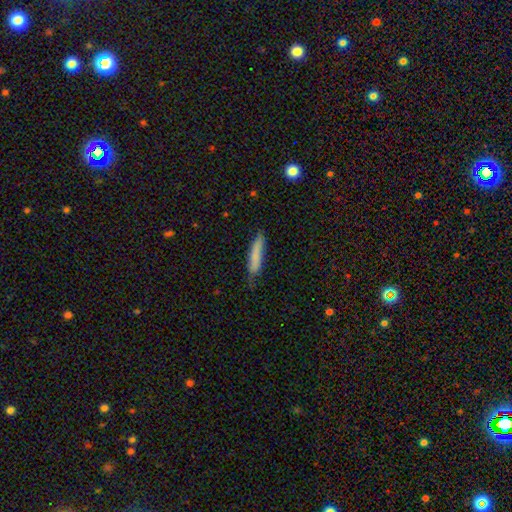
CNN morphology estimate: This is clearly a smooth galaxy (81%). How rounded: clearly cigar-shaped (88%). Merging: likely none (69%).